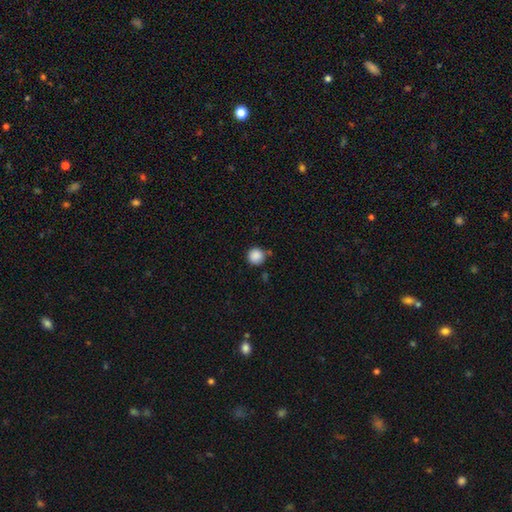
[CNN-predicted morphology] Q: Smooth or featured?
A: smooth (88%); runner-up: star or artifact (10%)
Q: How rounded?
A: round (95%); runner-up: in between (4%)
Q: Merging?
A: none (78%); runner-up: minor disturbance (13%)